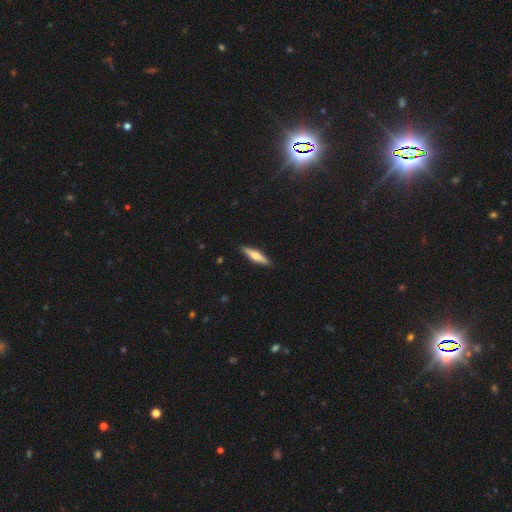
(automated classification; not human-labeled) Smooth or featured?
  - featured or disk: 52% *
  - smooth: 42%
  - star or artifact: 6%
Edge-on disk?
  - yes: 96% *
  - no: 4%
Edge-on bulge?
  - rounded: 87% *
  - boxy: 8%
  - none: 5%
Merging?
  - none: 91% *
  - minor disturbance: 7%
  - major disturbance: 1%
  - merger: 1%